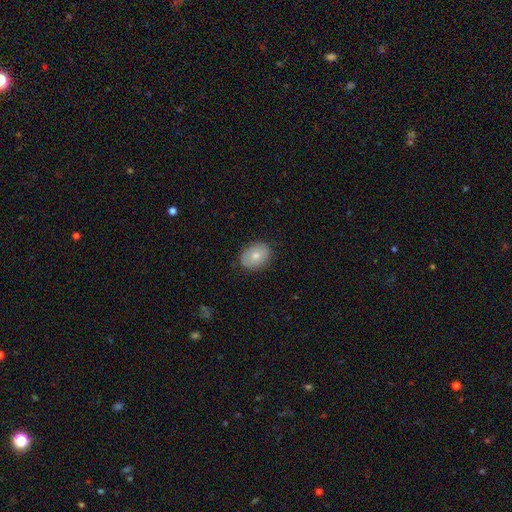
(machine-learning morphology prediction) smooth-or-featured: smooth: 75% | featured or disk: 18% | star or artifact: 7%
  how-rounded: in between: 68% | round: 31% | cigar-shaped: 1%
  merging: none: 83% | minor disturbance: 13% | major disturbance: 3% | merger: 1%